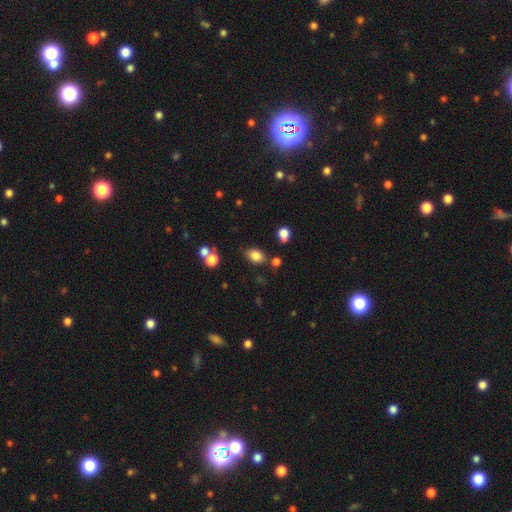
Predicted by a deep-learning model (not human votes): Overall: smooth (82%). How rounded: in between (71%). Merging: none (75%).